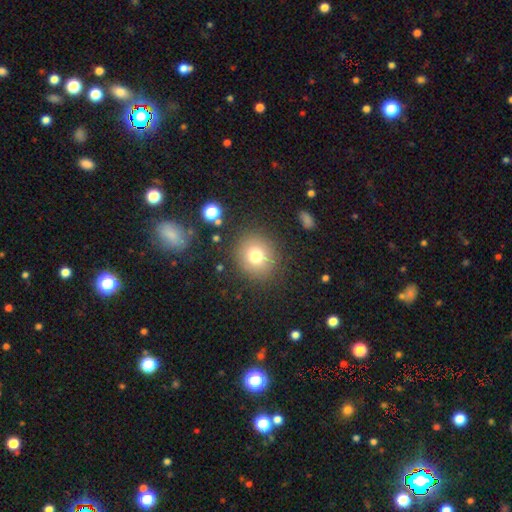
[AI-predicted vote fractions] smooth_or_featured: smooth (p=0.74) [alt: star or artifact p=0.14]
how_rounded: round (p=0.86) [alt: in between p=0.13]
merging: none (p=0.86) [alt: minor disturbance p=0.08]